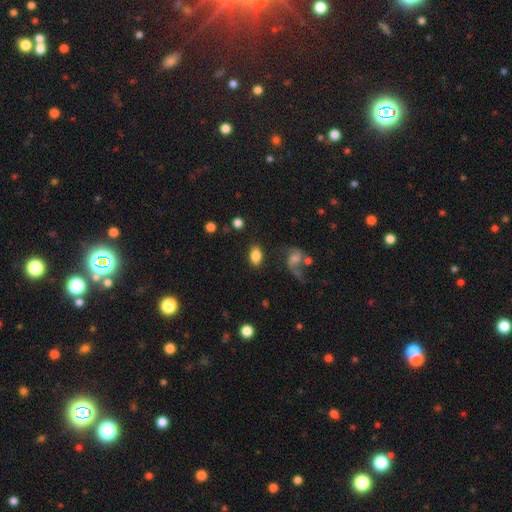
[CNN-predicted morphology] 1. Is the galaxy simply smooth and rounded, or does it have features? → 82% smooth, 10% featured or disk, 8% star or artifact.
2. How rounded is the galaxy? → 87% in between, 11% round, 2% cigar-shaped.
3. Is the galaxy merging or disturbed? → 77% none, 12% minor disturbance, 6% major disturbance, 5% merger.